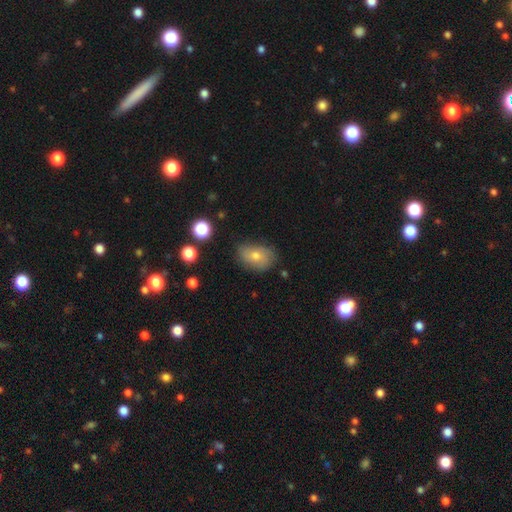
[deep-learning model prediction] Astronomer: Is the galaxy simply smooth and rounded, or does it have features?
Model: smooth — 62%.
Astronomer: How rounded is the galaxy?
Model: in between — 80%.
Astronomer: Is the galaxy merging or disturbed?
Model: none — 73%.